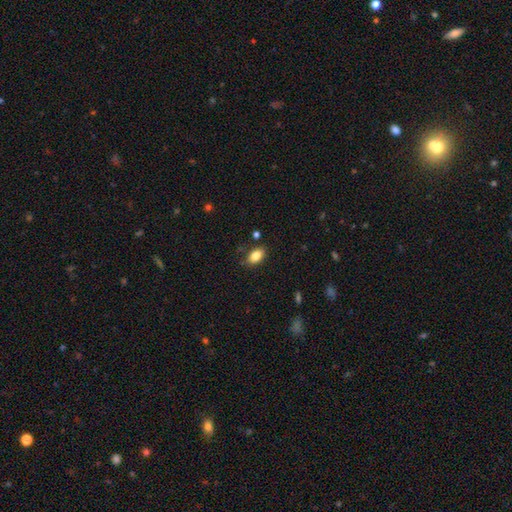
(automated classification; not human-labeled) This is clearly a smooth galaxy (84%). How rounded: clearly in between (90%). Merging: clearly none (82%).